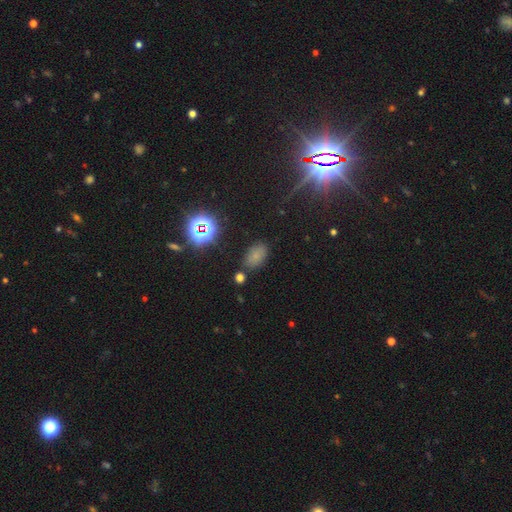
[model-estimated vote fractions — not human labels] Q: Smooth or featured?
A: smooth (66%); runner-up: star or artifact (26%)
Q: How rounded?
A: in between (90%); runner-up: round (8%)
Q: Merging?
A: none (79%); runner-up: minor disturbance (12%)